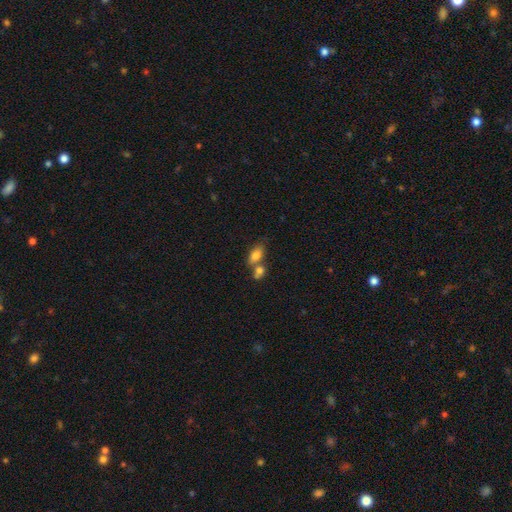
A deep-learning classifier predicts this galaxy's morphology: smooth_or_featured: smooth (p=0.80) [alt: featured or disk p=0.12]
how_rounded: in between (p=0.87) [alt: round p=0.08]
merging: merger (p=0.50) [alt: none p=0.36]